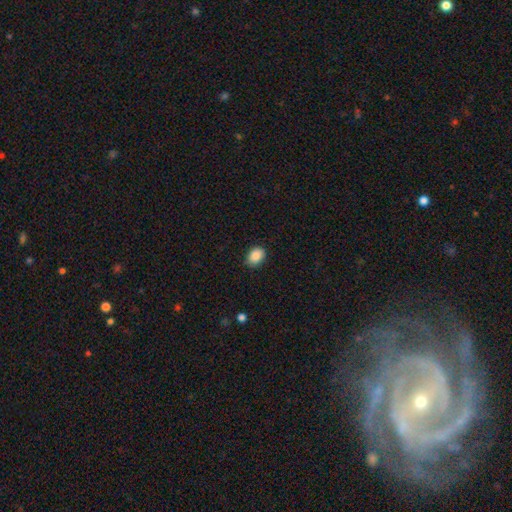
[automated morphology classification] The model was most divided on "how rounded": in between: 73%, round: 26%, cigar-shaped: 1%. More confident: smooth or featured — smooth (88%); merging — none (82%).